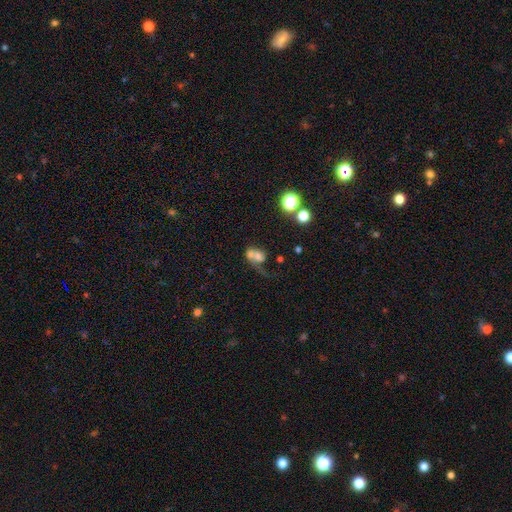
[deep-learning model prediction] smooth-or-featured: smooth: 54% | featured or disk: 31% | star or artifact: 15%
  how-rounded: in between: 55% | round: 43% | cigar-shaped: 2%
  merging: merger: 51% | major disturbance: 21% | none: 18% | minor disturbance: 10%